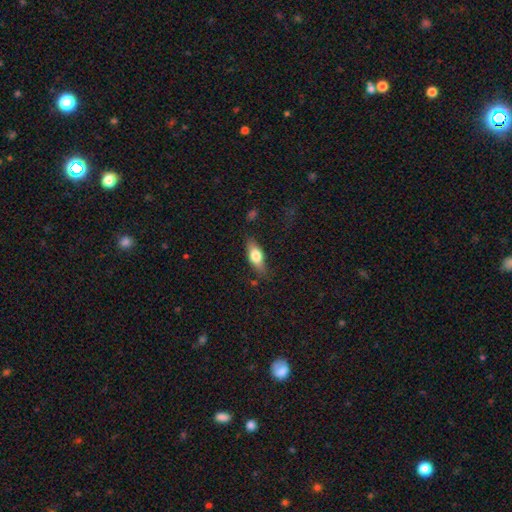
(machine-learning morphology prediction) smooth-or-featured: smooth: 67% | featured or disk: 26% | star or artifact: 7%
  how-rounded: in between: 74% | cigar-shaped: 22% | round: 4%
  merging: none: 76% | minor disturbance: 18% | major disturbance: 5% | merger: 2%